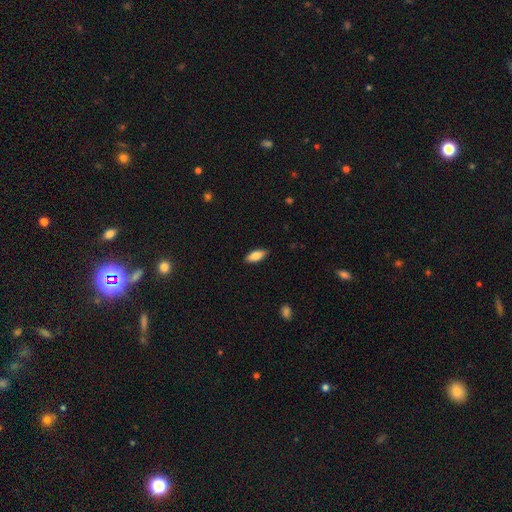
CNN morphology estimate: Smooth or featured: smooth — 79% (featured or disk — 15%)
How rounded: in between — 80% (cigar-shaped — 18%)
Merging: none — 87% (minor disturbance — 10%)